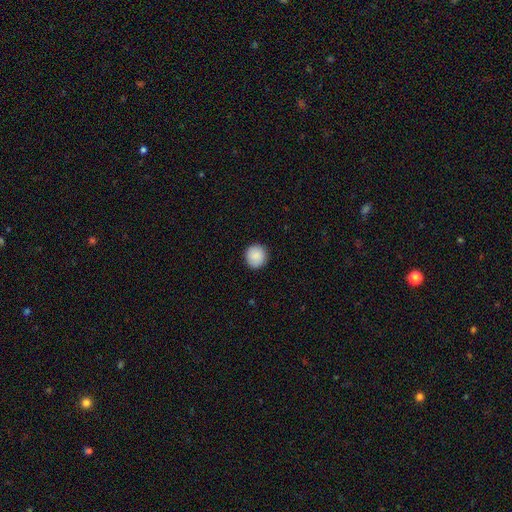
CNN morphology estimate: Smooth or featured?
  - smooth: 90% *
  - star or artifact: 7%
  - featured or disk: 3%
How rounded?
  - round: 94% *
  - in between: 5%
  - cigar-shaped: 1%
Merging?
  - none: 92% *
  - minor disturbance: 6%
  - major disturbance: 2%
  - merger: 1%